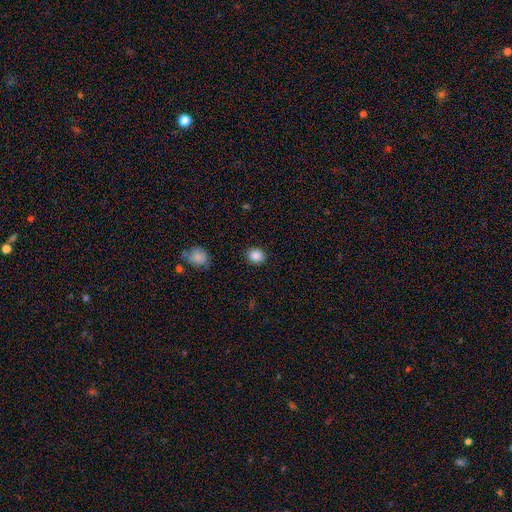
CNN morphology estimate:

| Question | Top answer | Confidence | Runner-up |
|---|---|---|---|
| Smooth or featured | smooth | 87% | star or artifact (10%) |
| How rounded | round | 76% | in between (23%) |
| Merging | none | 89% | minor disturbance (8%) |